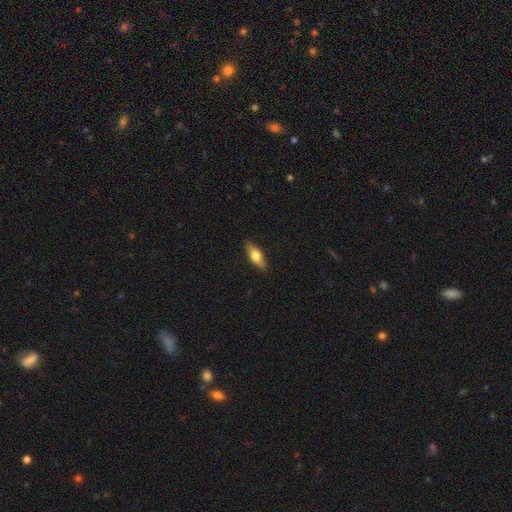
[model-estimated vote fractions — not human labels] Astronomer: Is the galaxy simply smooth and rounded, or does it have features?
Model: smooth — 60%.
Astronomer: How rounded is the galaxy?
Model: in between — 67%.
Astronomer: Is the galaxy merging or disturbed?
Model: none — 86%.